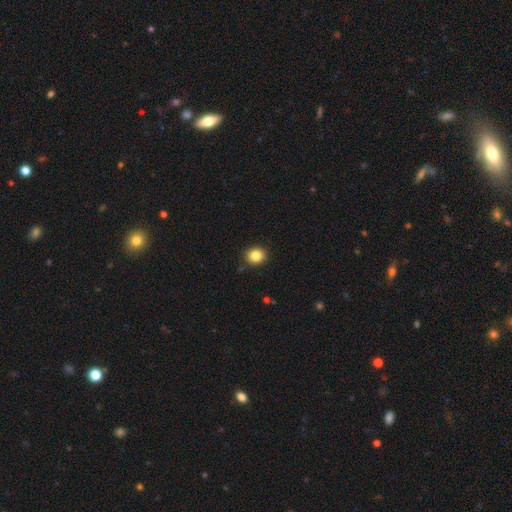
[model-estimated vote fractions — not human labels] smooth_or_featured: smooth (p=0.84) [alt: star or artifact p=0.10]
how_rounded: round (p=0.80) [alt: in between p=0.19]
merging: none (p=0.90) [alt: minor disturbance p=0.07]